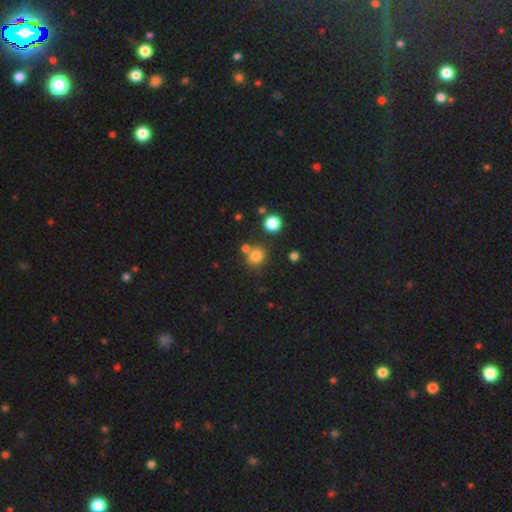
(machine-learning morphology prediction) This appears to be a smooth galaxy with no disk features (78%) that is round (80%). Merging: none (69%).